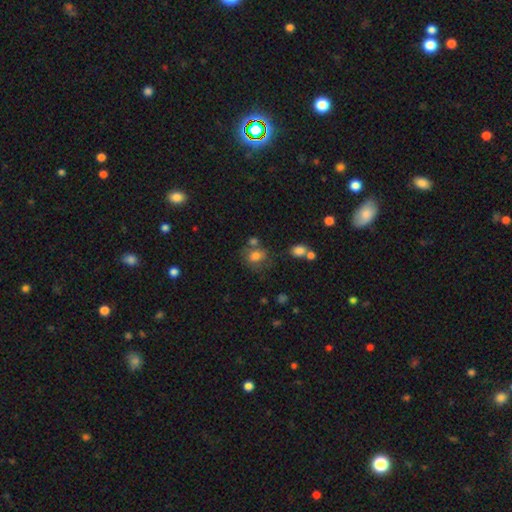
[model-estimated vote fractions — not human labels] Smooth or featured?
  - smooth: 74% *
  - featured or disk: 14%
  - star or artifact: 12%
How rounded?
  - round: 58% *
  - in between: 41%
  - cigar-shaped: 1%
Merging?
  - none: 52% *
  - merger: 20%
  - minor disturbance: 19%
  - major disturbance: 9%